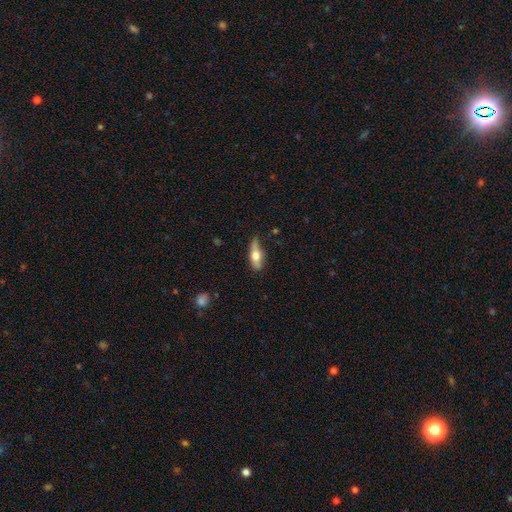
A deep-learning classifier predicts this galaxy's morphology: Smooth or featured?
  - smooth: 56% *
  - featured or disk: 37%
  - star or artifact: 7%
How rounded?
  - in between: 59% *
  - cigar-shaped: 37%
  - round: 4%
Merging?
  - none: 60% *
  - minor disturbance: 29%
  - major disturbance: 8%
  - merger: 3%